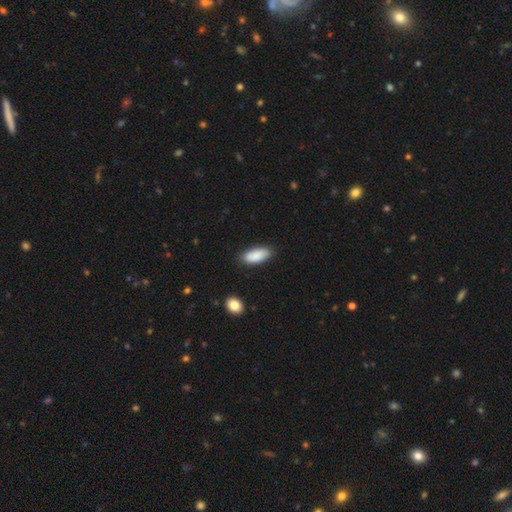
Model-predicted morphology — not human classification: This appears to be a smooth galaxy with no disk features (87%) that is in between round and cigar-shaped (84%). Merging: none (81%).